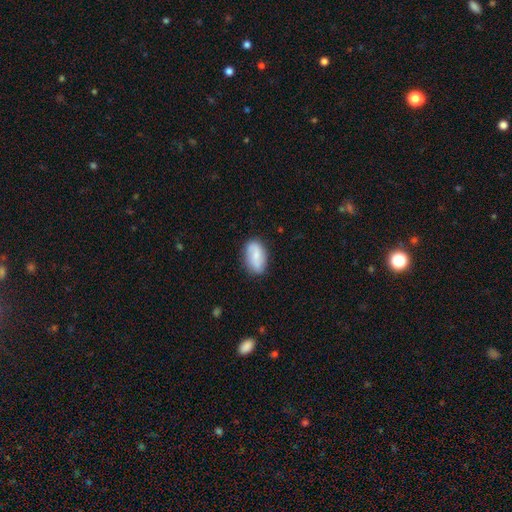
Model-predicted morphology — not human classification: Smooth or featured?
  - smooth: 54% *
  - featured or disk: 40%
  - star or artifact: 7%
How rounded?
  - in between: 91% *
  - round: 6%
  - cigar-shaped: 3%
Merging?
  - none: 79% *
  - minor disturbance: 16%
  - major disturbance: 4%
  - merger: 1%